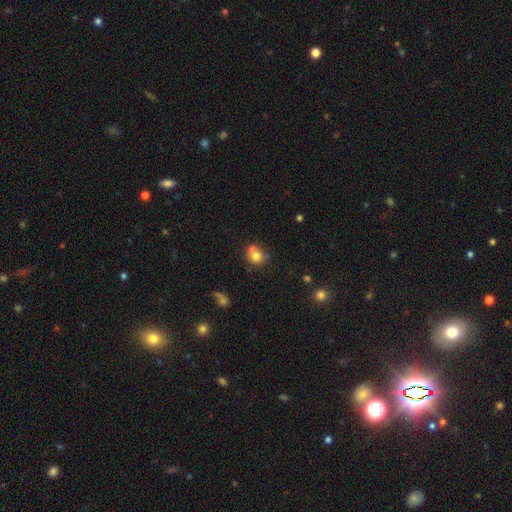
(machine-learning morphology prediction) smooth 75%, featured or disk 14%, star or artifact 11%. Down the decision tree: how rounded — round (78%); merging — none (48%).